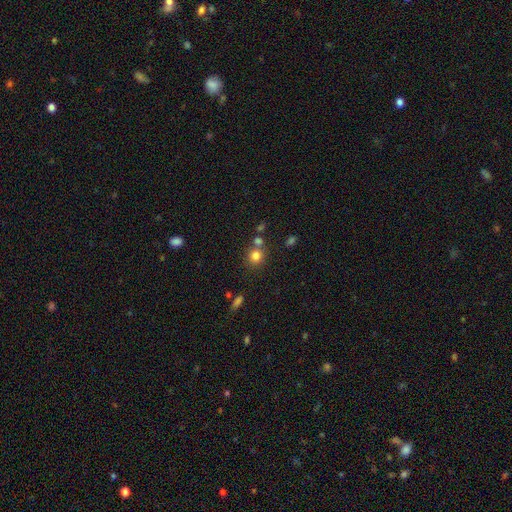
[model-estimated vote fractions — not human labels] Smooth or featured? Predicted: smooth (p=0.80). How rounded? Predicted: round (p=0.86). Merging? Predicted: none (p=0.63).